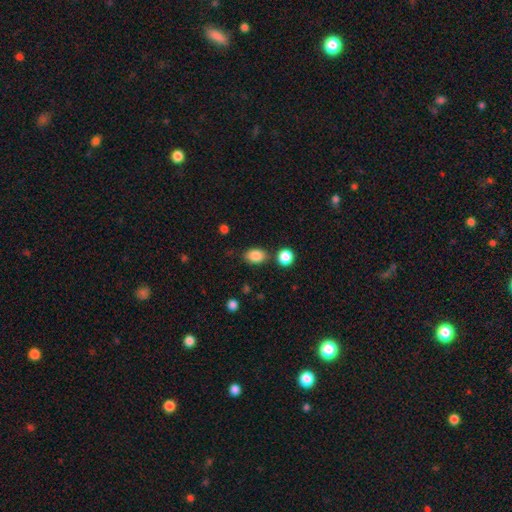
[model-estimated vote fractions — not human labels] Q: Smooth or featured?
A: smooth (86%); runner-up: star or artifact (9%)
Q: How rounded?
A: in between (76%); runner-up: round (22%)
Q: Merging?
A: none (76%); runner-up: minor disturbance (12%)